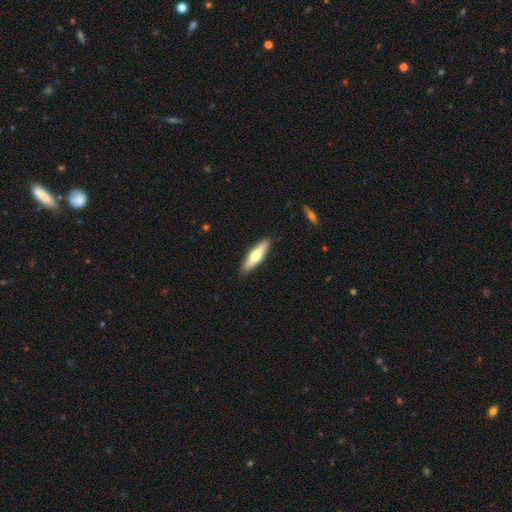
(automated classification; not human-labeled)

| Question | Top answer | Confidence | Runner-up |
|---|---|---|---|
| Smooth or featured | smooth | 53% | featured or disk (42%) |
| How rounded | cigar-shaped | 73% | in between (25%) |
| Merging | none | 90% | minor disturbance (7%) |